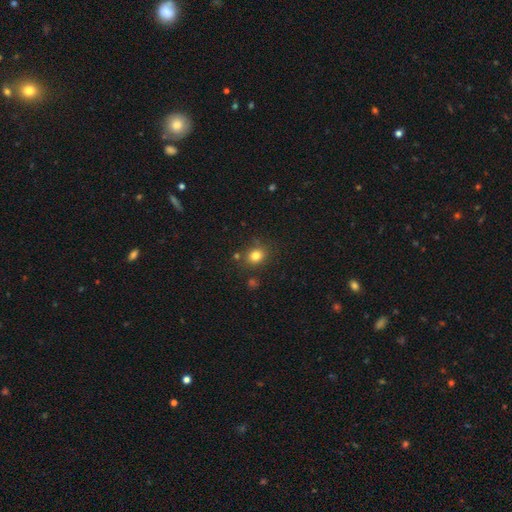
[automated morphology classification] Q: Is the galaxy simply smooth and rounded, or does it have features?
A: smooth — 80%.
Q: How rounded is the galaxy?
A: round — 63%.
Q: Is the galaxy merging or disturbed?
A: none — 79%.